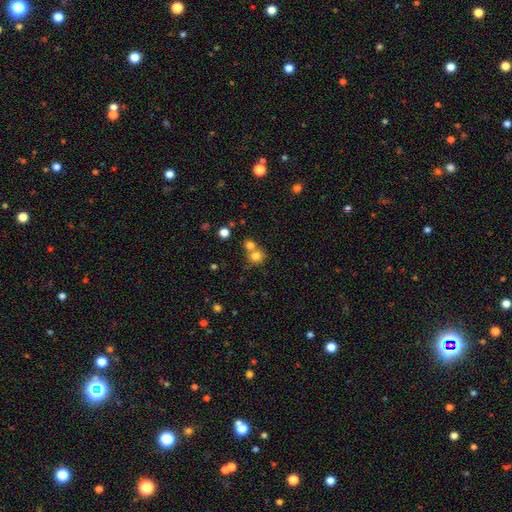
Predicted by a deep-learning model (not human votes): A smooth galaxy with no disk features (77%) that is round (83%).

Vote fractions:
- Smooth or featured? smooth: 77% / star or artifact: 13% / featured or disk: 10%
- How rounded? round: 83% / in between: 16% / cigar-shaped: 1%
- Merging? merger: 46% / none: 44% / minor disturbance: 7% / major disturbance: 3%